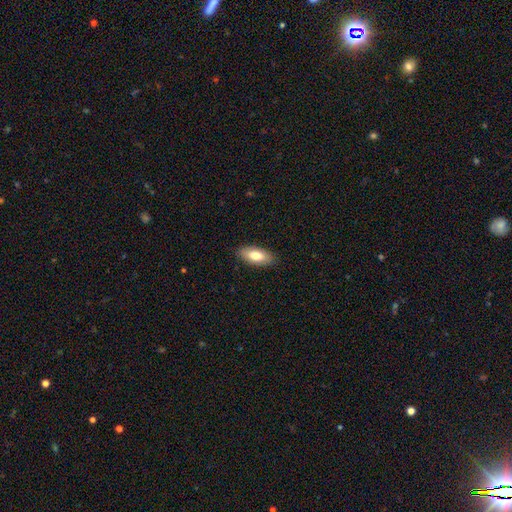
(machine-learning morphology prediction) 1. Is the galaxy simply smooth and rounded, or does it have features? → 77% smooth, 16% featured or disk, 6% star or artifact.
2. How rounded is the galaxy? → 84% in between, 14% cigar-shaped, 2% round.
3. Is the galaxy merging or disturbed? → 88% none, 10% minor disturbance, 2% major disturbance, 1% merger.